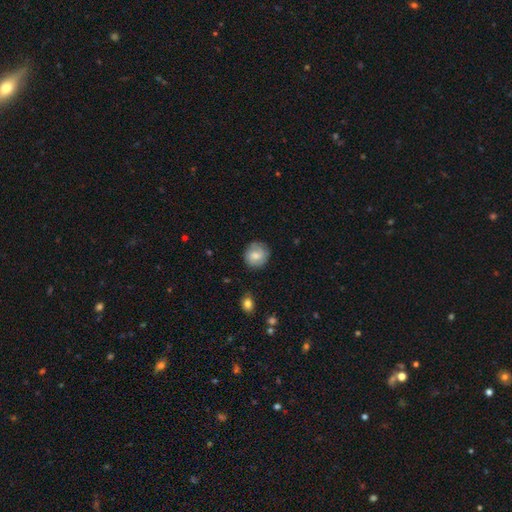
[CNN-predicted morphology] Smooth or featured? Predicted: smooth (p=0.66). How rounded? Predicted: round (p=0.83). Merging? Predicted: none (p=0.79).